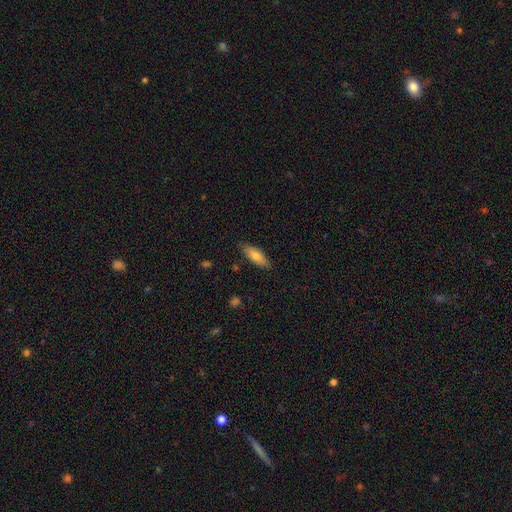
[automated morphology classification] A smooth galaxy with no disk features (75%) that is in between round and cigar-shaped (61%). Merging: none (85%).